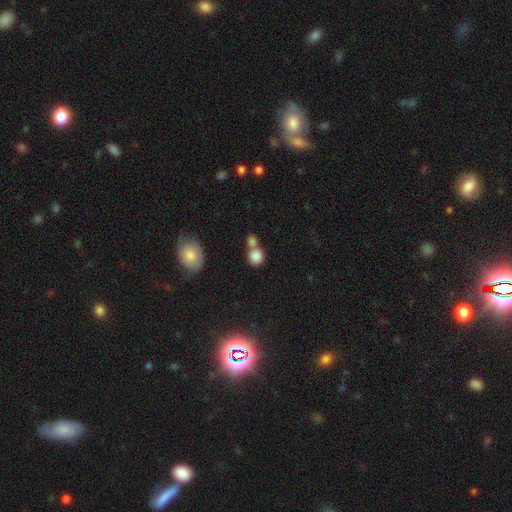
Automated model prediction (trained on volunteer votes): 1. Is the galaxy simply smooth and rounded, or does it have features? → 84% smooth, 9% star or artifact, 7% featured or disk.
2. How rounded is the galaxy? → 78% round, 20% in between, 1% cigar-shaped.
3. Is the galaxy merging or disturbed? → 48% merger, 40% none, 8% minor disturbance, 4% major disturbance.